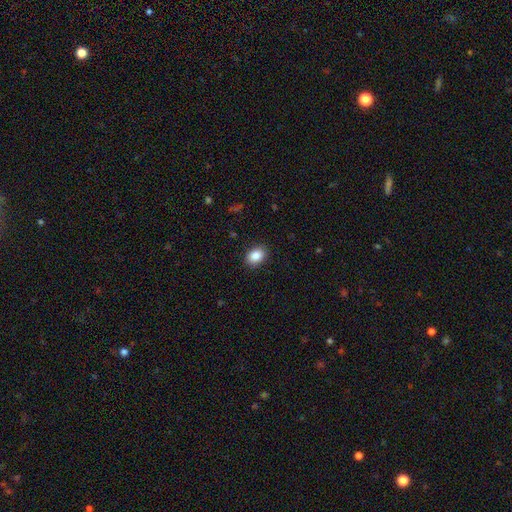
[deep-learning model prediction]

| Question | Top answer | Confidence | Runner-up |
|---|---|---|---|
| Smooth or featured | smooth | 86% | star or artifact (8%) |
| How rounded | in between | 73% | round (26%) |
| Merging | none | 89% | minor disturbance (8%) |